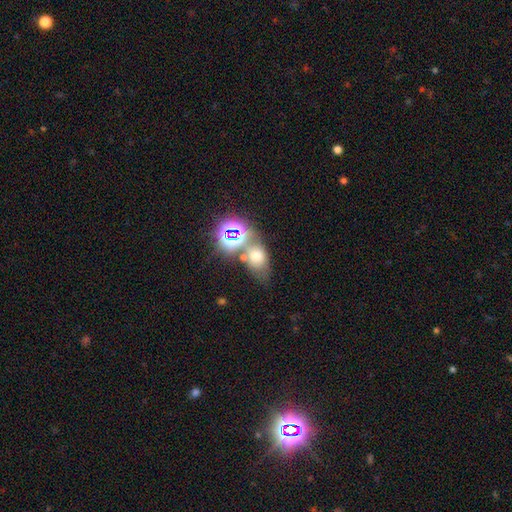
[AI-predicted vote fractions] Q: Smooth or featured?
A: smooth (54%); runner-up: star or artifact (29%)
Q: How rounded?
A: in between (63%); runner-up: round (35%)
Q: Merging?
A: none (49%); runner-up: merger (27%)